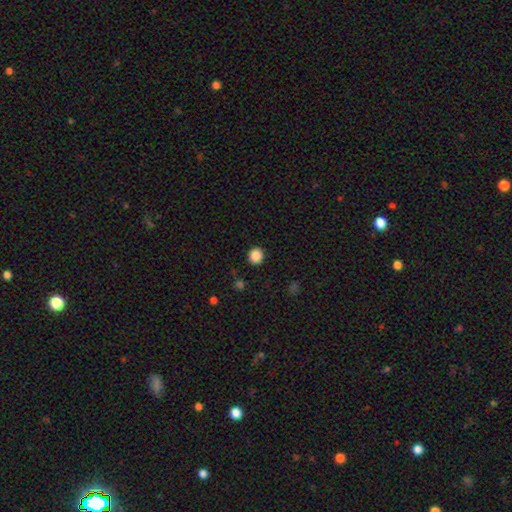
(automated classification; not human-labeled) smooth 88%, star or artifact 10%, featured or disk 3%. Down the decision tree: how rounded — round (87%); merging — none (92%).